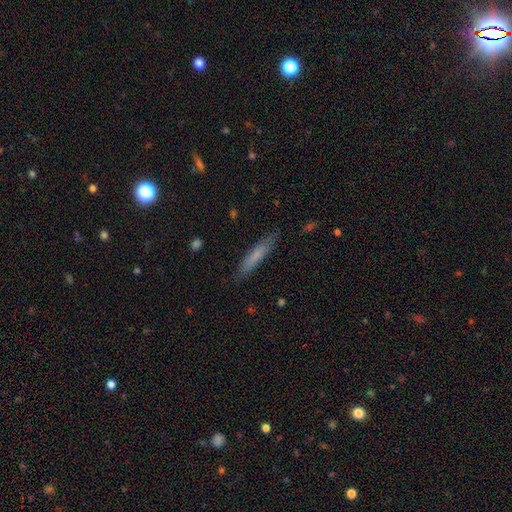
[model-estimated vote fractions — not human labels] A smooth galaxy with no disk features (70%) that is cigar-shaped (88%). Merging: none (85%).